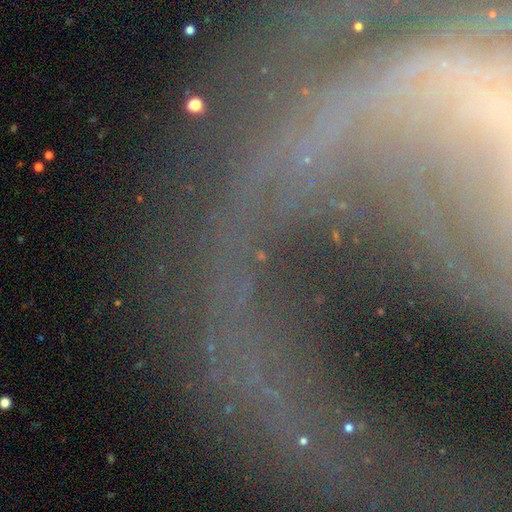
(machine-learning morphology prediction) Smooth or featured: featured or disk — 57% (star or artifact — 29%)
Edge-on disk: no — 81% (yes — 19%)
Merging: none — 61% (major disturbance — 16%)